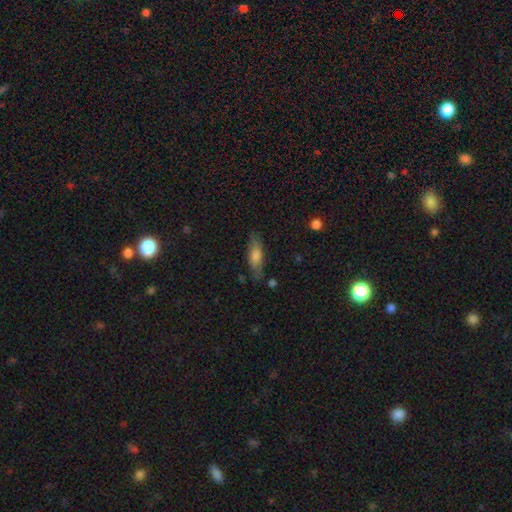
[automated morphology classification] Smooth or featured?
  - smooth: 67% *
  - featured or disk: 25%
  - star or artifact: 8%
How rounded?
  - in between: 54% *
  - cigar-shaped: 43%
  - round: 2%
Merging?
  - none: 76% *
  - minor disturbance: 17%
  - major disturbance: 5%
  - merger: 3%